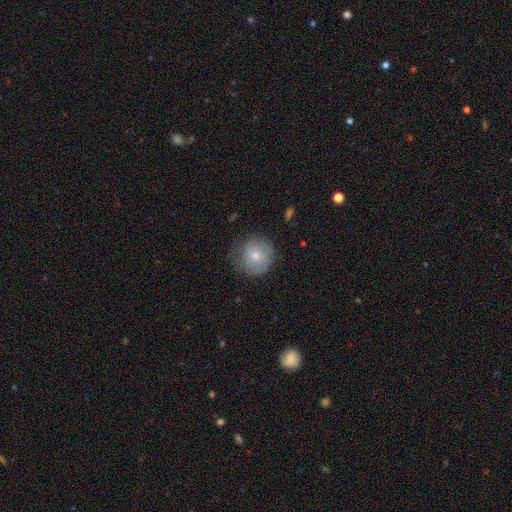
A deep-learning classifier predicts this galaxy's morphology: smooth-or-featured: smooth: 71% | featured or disk: 21% | star or artifact: 8%
  how-rounded: round: 92% | in between: 7% | cigar-shaped: 1%
  merging: none: 67% | minor disturbance: 23% | major disturbance: 9% | merger: 1%